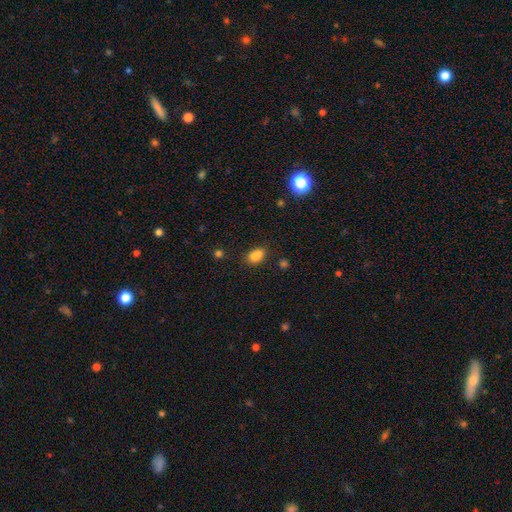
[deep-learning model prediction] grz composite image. It shows a smooth galaxy with no disk features (78%) that is in between round and cigar-shaped (66%). Merging: none (53%).